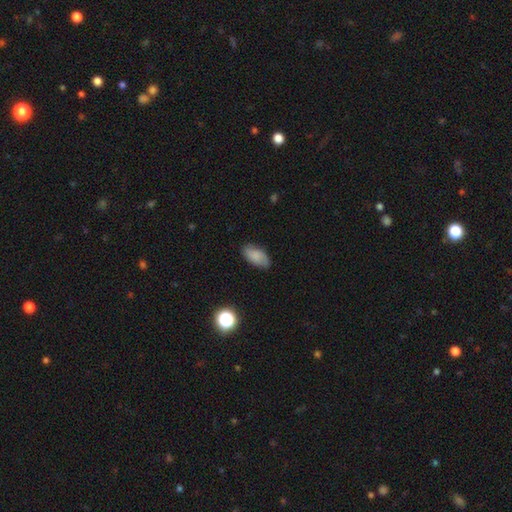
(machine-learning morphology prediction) Smooth or featured?
  - smooth: 80% *
  - featured or disk: 11%
  - star or artifact: 9%
How rounded?
  - in between: 92% *
  - cigar-shaped: 4%
  - round: 4%
Merging?
  - none: 80% *
  - minor disturbance: 16%
  - major disturbance: 3%
  - merger: 1%